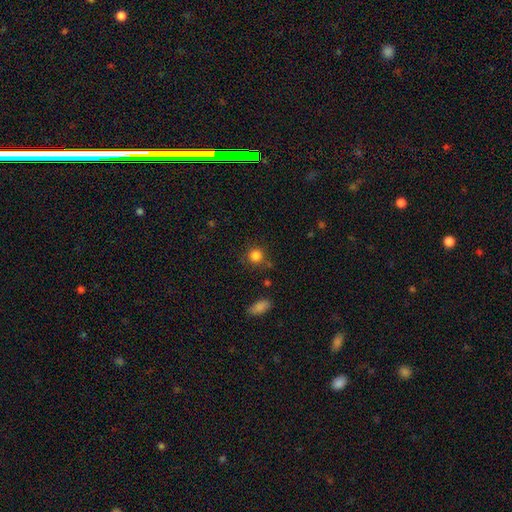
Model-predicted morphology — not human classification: This appears to be a smooth galaxy with no disk features (84%) that is round (90%). Merging: none (79%).